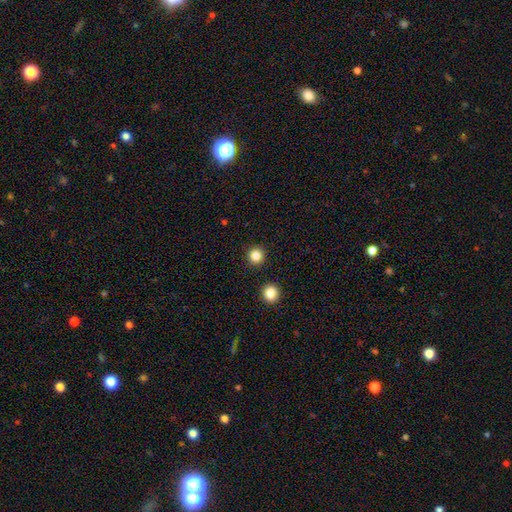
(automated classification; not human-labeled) Smooth or featured? smooth (84%)
How rounded? round (95%)
Merging? none (92%)